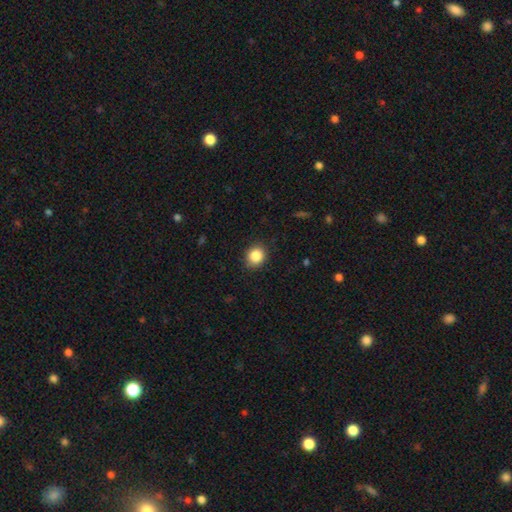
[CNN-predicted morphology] Overall: smooth (86%). How rounded: round (77%). Merging: none (89%).